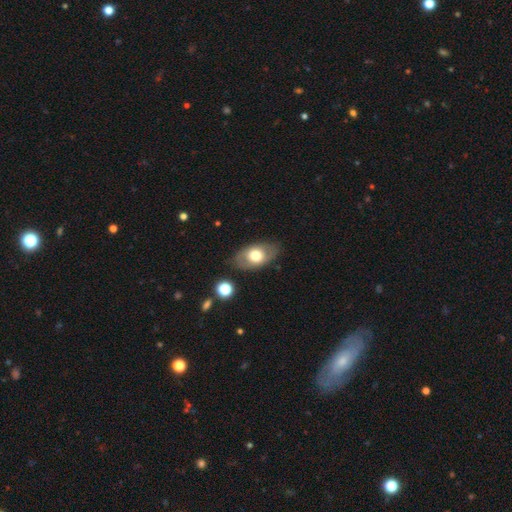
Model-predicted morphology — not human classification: The model was most divided on "smooth or featured": smooth: 62%, featured or disk: 30%, star or artifact: 7%. More confident: how rounded — in between (87%); merging — none (80%).